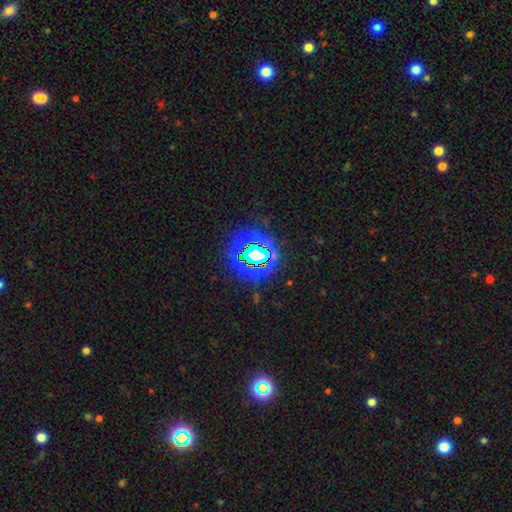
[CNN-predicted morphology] smooth_or_featured: star or artifact (p=0.75) [alt: smooth p=0.15]